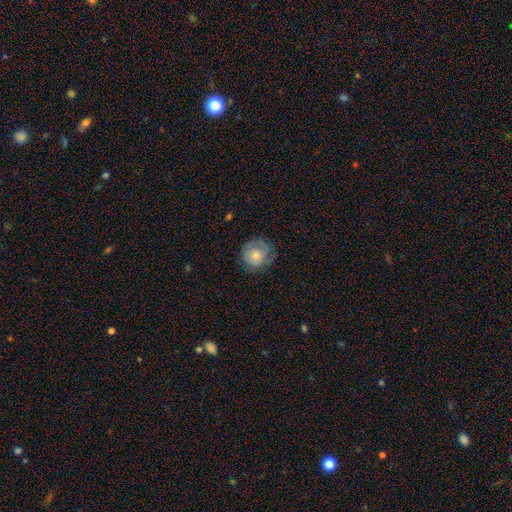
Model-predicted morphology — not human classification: A smooth galaxy with no disk features (64%) that is round (88%). Merging: none (67%).